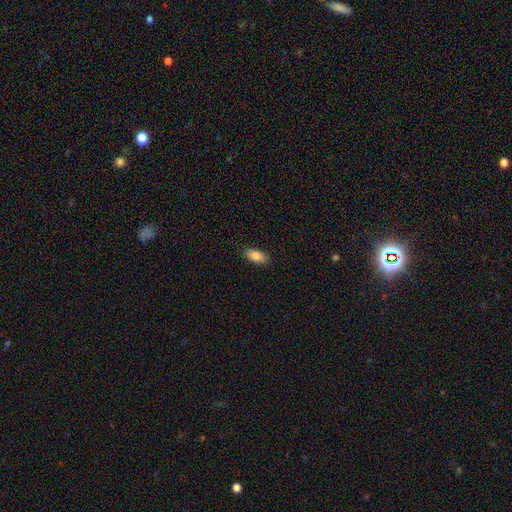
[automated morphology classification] smooth_or_featured: smooth (p=0.86) [alt: featured or disk p=0.08]
how_rounded: in between (p=0.90) [alt: cigar-shaped p=0.07]
merging: none (p=0.88) [alt: minor disturbance p=0.09]